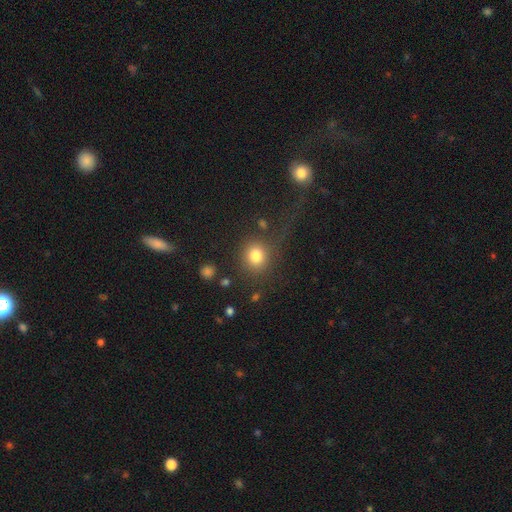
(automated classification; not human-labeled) Smooth or featured? smooth (80%)
How rounded? round (84%)
Merging? none (69%)